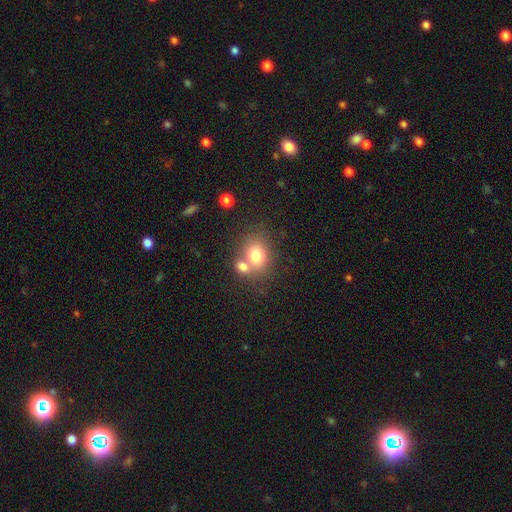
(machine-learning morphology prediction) This is likely a smooth galaxy (76%). How rounded: possibly round (53%). Merging: marginally merger (44%).